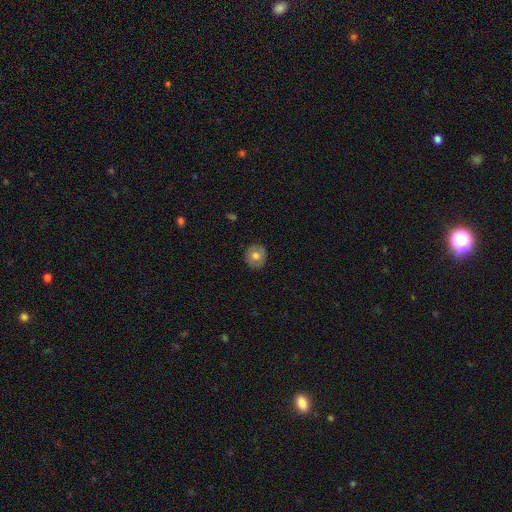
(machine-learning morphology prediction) The model was most divided on "smooth or featured": smooth: 71%, featured or disk: 21%, star or artifact: 9%. More confident: how rounded — round (87%); merging — none (87%).